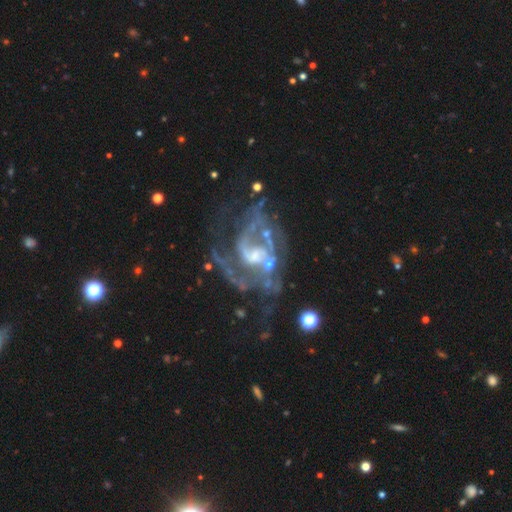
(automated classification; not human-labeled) This appears to be a featured or disk galaxy (85%) with no bar (51%), 2 (45%) medium (48%) spiral arms (86%) and a moderate central bulge (40%). Merging: none (40%).